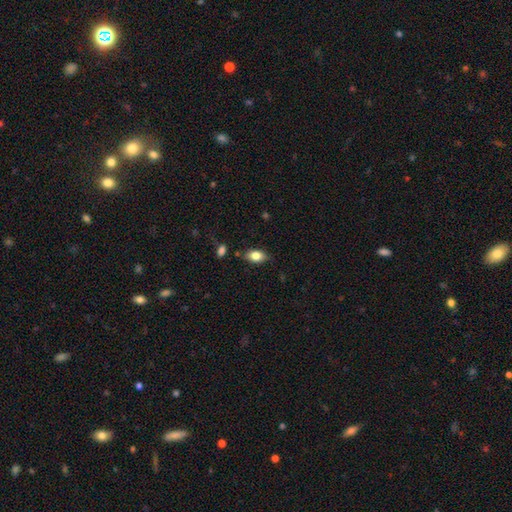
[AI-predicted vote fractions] Smooth or featured? smooth (82%)
How rounded? in between (87%)
Merging? none (80%)